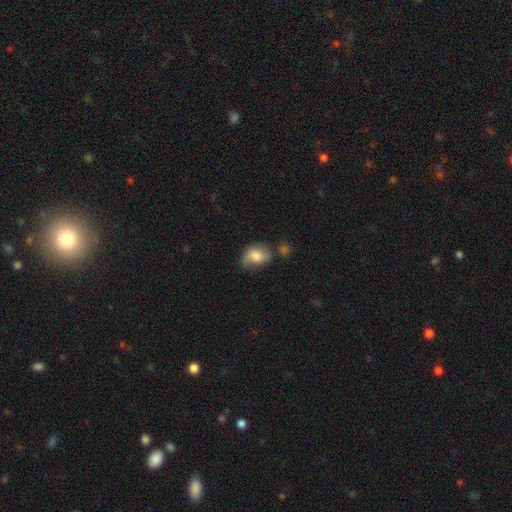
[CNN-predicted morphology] The model was most divided on "merging": none: 43%, minor disturbance: 31%, major disturbance: 17%, merger: 9%. More confident: how rounded — in between (73%); smooth or featured — smooth (59%).